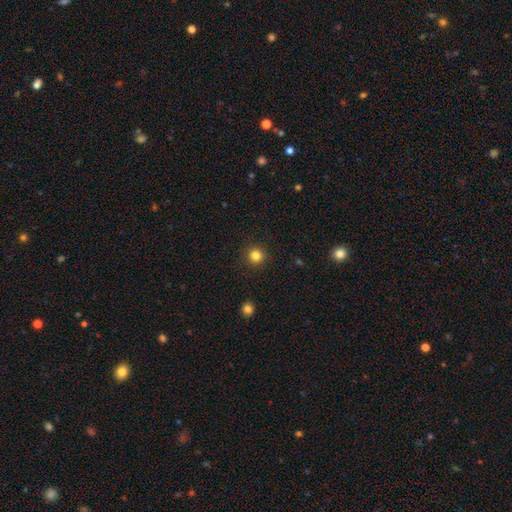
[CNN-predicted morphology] Smooth or featured: smooth — 83% (star or artifact — 13%)
How rounded: round — 94% (in between — 5%)
Merging: none — 92% (minor disturbance — 5%)